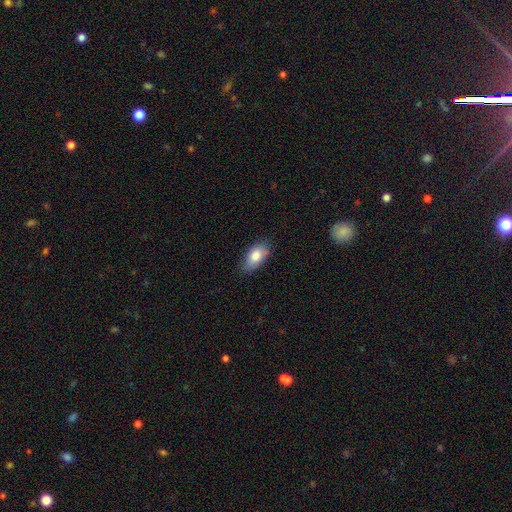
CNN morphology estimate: Smooth or featured: smooth — 81% (featured or disk — 12%)
How rounded: in between — 92% (round — 5%)
Merging: none — 79% (minor disturbance — 17%)